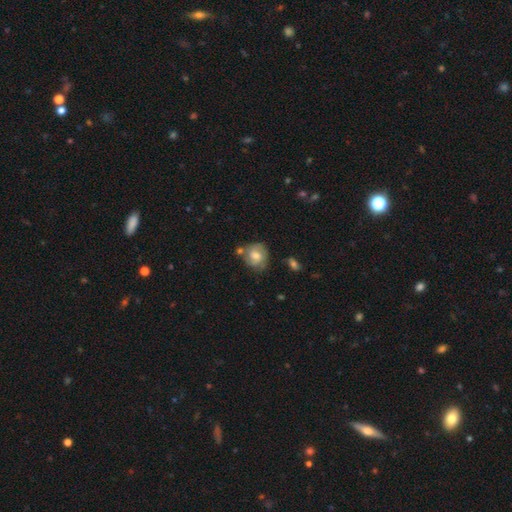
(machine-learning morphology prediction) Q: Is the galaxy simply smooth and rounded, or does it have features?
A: smooth — 58%.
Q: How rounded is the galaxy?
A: round — 73%.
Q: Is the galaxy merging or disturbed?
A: none — 59%.